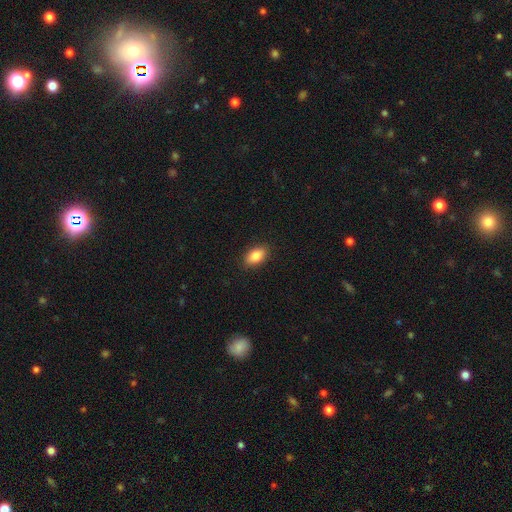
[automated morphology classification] Smooth or featured? smooth (86%)
How rounded? in between (90%)
Merging? none (89%)